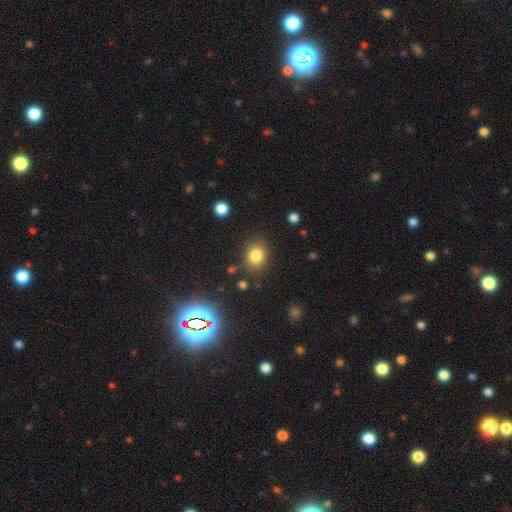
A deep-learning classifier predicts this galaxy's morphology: type=smooth (81%); roundness=round (55%); merging=none (81%).